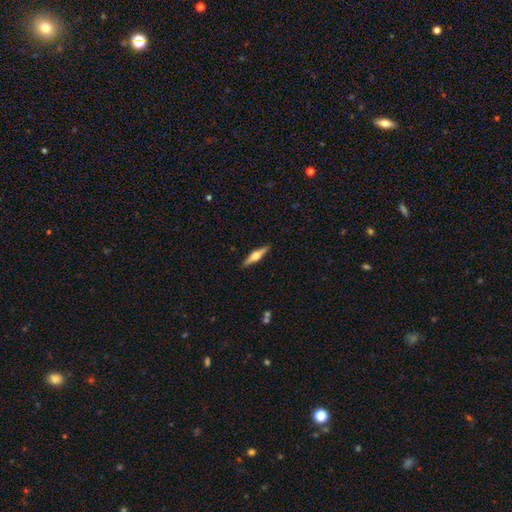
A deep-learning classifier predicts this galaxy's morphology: Smooth or featured?
  - featured or disk: 65% *
  - smooth: 30%
  - star or artifact: 6%
Edge-on disk?
  - yes: 97% *
  - no: 3%
Edge-on bulge?
  - rounded: 93% *
  - boxy: 5%
  - none: 2%
Merging?
  - none: 90% *
  - minor disturbance: 7%
  - major disturbance: 2%
  - merger: 1%